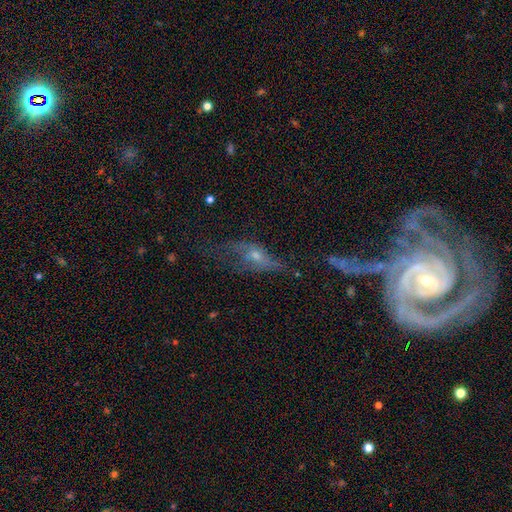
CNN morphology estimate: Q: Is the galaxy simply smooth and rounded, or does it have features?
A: featured or disk — 52%.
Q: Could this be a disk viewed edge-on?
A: no — 70%.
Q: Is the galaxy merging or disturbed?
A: major disturbance — 38%.